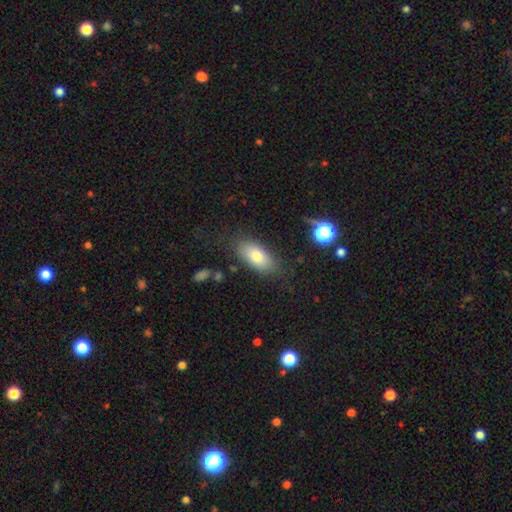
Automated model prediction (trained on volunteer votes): A smooth galaxy with no disk features (77%) that is in between round and cigar-shaped (89%). Merging: none (78%).